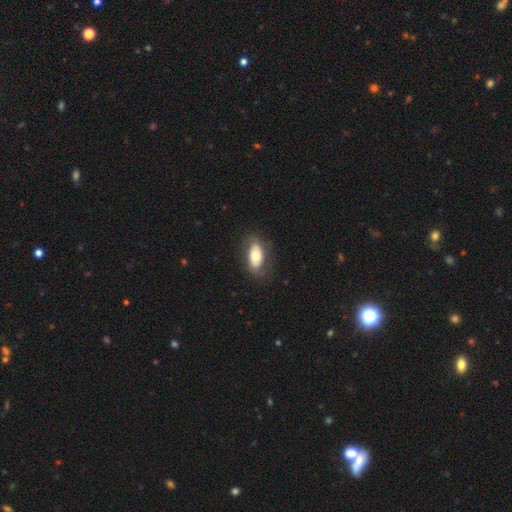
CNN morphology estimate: This is likely a smooth galaxy (62%). How rounded: clearly in between (88%). Merging: likely none (75%).